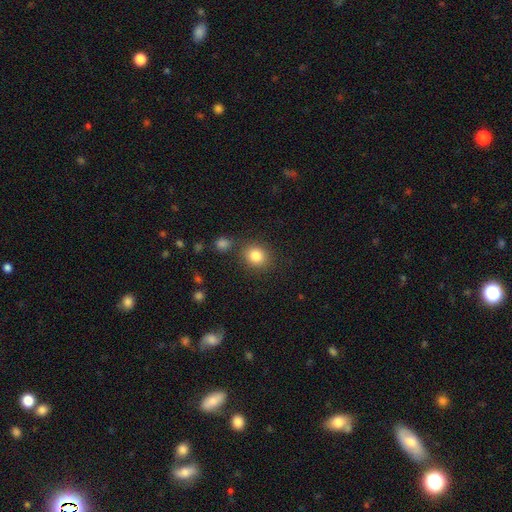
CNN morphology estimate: The model was most divided on "how rounded": round: 74%, in between: 25%, cigar-shaped: 1%. More confident: smooth or featured — smooth (84%); merging — none (81%).